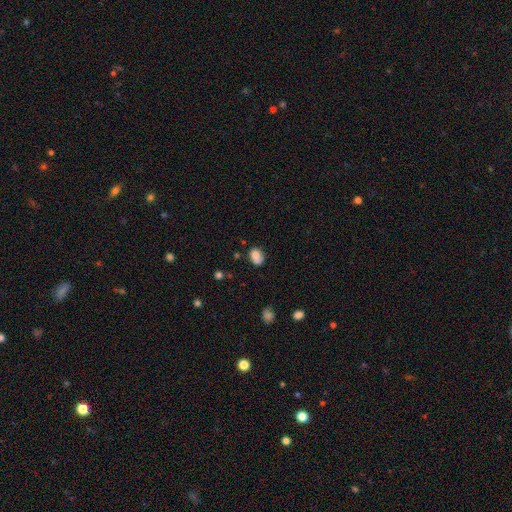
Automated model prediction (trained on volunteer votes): smooth_or_featured: smooth (p=0.74) [alt: featured or disk p=0.16]
how_rounded: in between (p=0.53) [alt: round p=0.46]
merging: none (p=0.56) [alt: minor disturbance p=0.27]